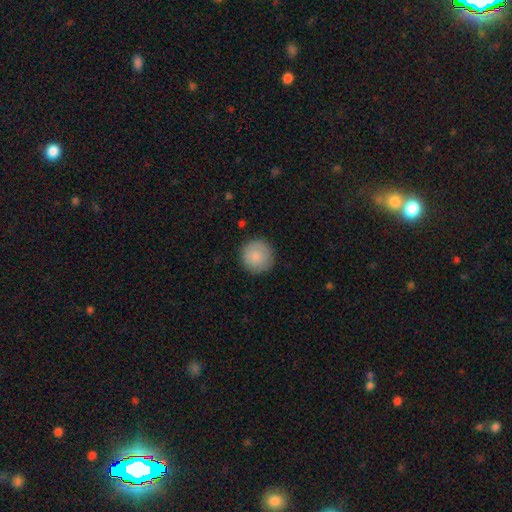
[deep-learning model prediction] Morphology: type=smooth (86%); roundness=round (95%); merging=none (89%).